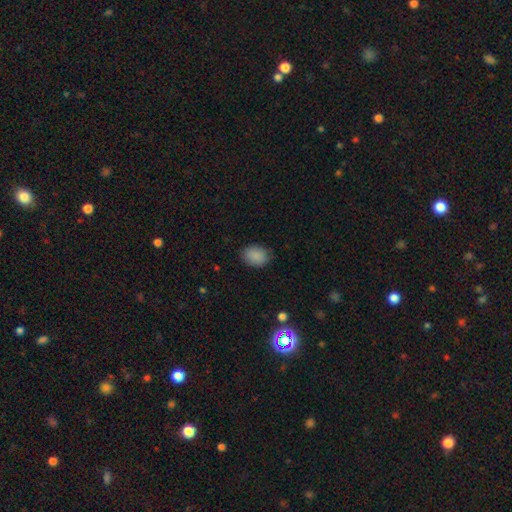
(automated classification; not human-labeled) Smooth or featured?
  - smooth: 88% *
  - star or artifact: 9%
  - featured or disk: 4%
How rounded?
  - in between: 60% *
  - round: 39%
  - cigar-shaped: 1%
Merging?
  - none: 84% *
  - minor disturbance: 12%
  - major disturbance: 3%
  - merger: 1%